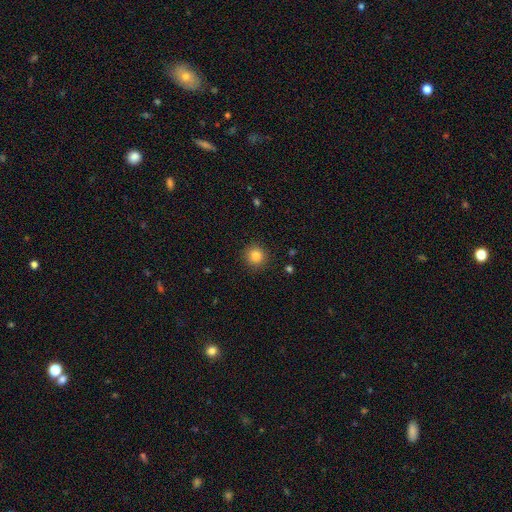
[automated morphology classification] This appears to be a smooth galaxy with no disk features (84%) that is round (93%). Merging: none (90%).